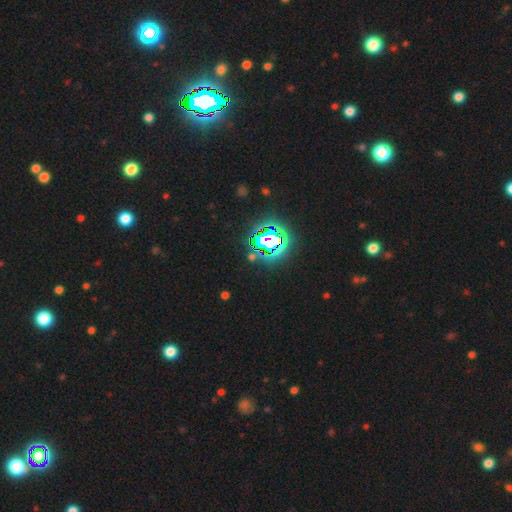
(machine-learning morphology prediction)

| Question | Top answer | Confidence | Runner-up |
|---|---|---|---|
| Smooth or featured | star or artifact | 79% | smooth (13%) |